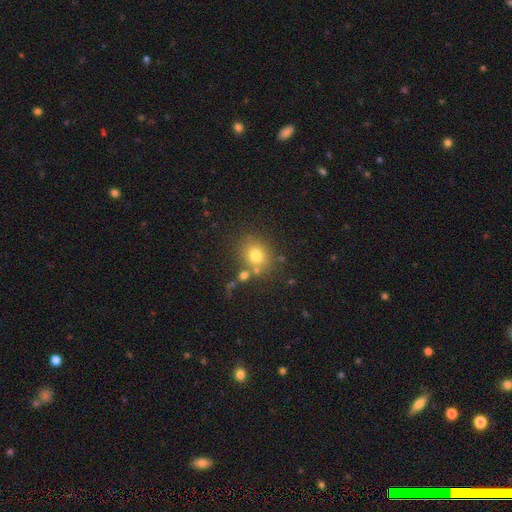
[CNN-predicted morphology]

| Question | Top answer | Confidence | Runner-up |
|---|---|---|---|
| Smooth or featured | smooth | 74% | star or artifact (15%) |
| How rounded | round | 71% | in between (28%) |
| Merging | none | 72% | merger (13%) |